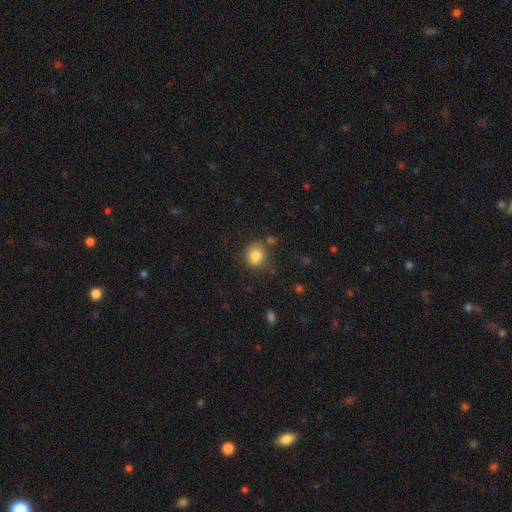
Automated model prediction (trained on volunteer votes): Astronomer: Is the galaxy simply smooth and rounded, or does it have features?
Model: smooth — 83%.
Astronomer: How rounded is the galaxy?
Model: round — 76%.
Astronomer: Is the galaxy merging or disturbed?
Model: none — 73%.